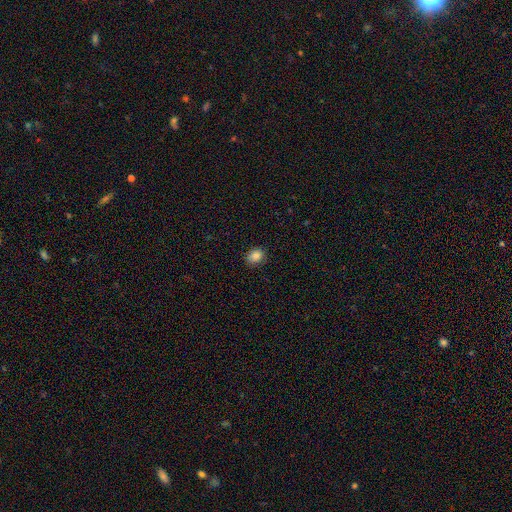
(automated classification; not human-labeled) Smooth or featured? Predicted: smooth (p=0.85). How rounded? Predicted: round (p=0.50). Merging? Predicted: none (p=0.85).